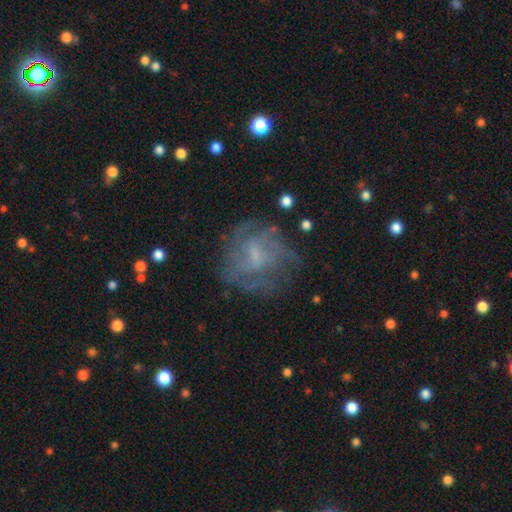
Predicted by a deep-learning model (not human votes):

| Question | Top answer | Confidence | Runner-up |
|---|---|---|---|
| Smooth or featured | featured or disk | 64% | smooth (24%) |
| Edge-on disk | no | 97% | yes (3%) |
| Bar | weak | 46% | no (45%) |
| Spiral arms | yes | 66% | no (34%) |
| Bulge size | none | 36% | small (34%) |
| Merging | none | 62% | minor disturbance (18%) |